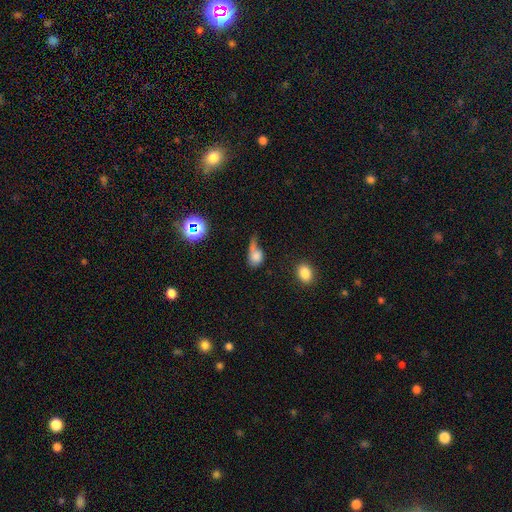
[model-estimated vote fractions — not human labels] A smooth galaxy with no disk features (69%) that is in between round and cigar-shaped (59%).

Vote fractions:
- Smooth or featured? smooth: 69% / featured or disk: 18% / star or artifact: 13%
- How rounded? in between: 59% / round: 37% / cigar-shaped: 4%
- Merging? major disturbance: 38% / none: 24% / minor disturbance: 22% / merger: 16%